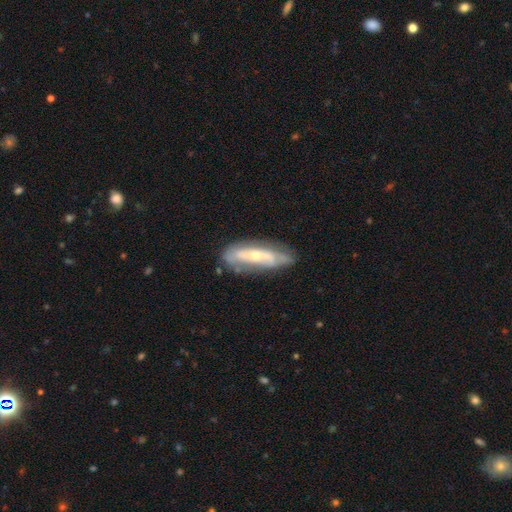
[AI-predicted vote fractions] A featured or disk galaxy (65%). Merging: none (66%).